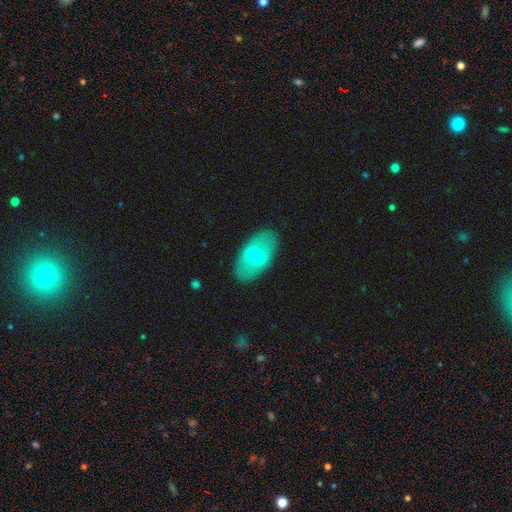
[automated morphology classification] Smooth or featured? smooth (49%)
Merging? none (86%)